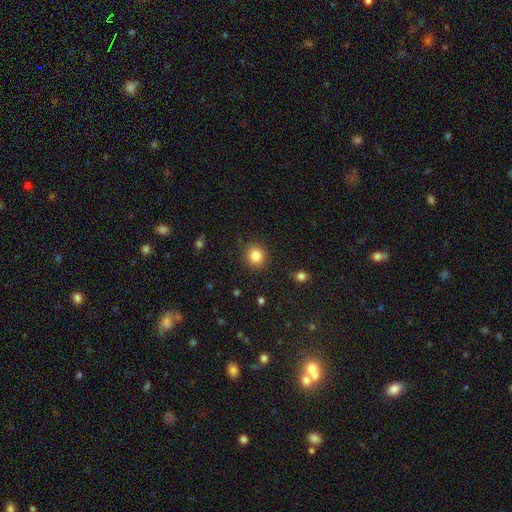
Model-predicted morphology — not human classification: Overall: smooth (84%). How rounded: round (88%). Merging: none (90%).